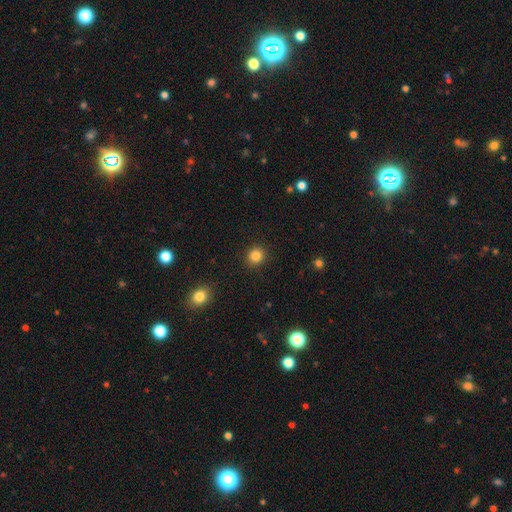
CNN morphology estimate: A smooth galaxy with no disk features (83%) that is round (90%). Merging: none (91%).